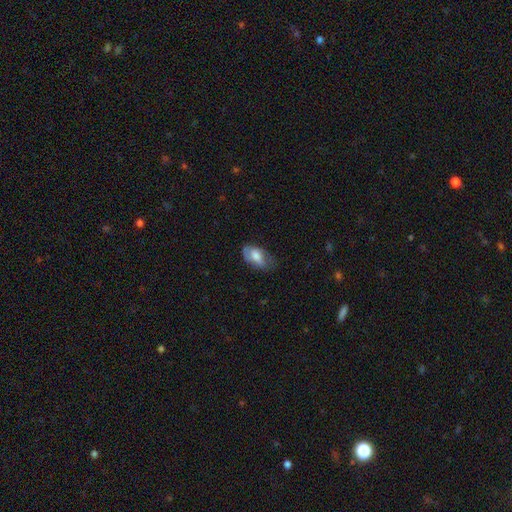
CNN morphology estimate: smooth 62%, featured or disk 31%, star or artifact 7%. Down the decision tree: how rounded — in between (91%); merging — none (50%).